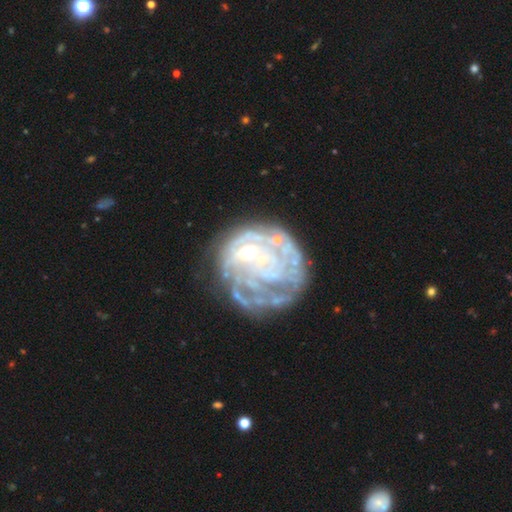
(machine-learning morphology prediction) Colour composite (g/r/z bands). It shows a featured or disk galaxy (78%) with no bar (80%), spiral arms (61%) and a small central bulge (57%). Merging: none (47%).